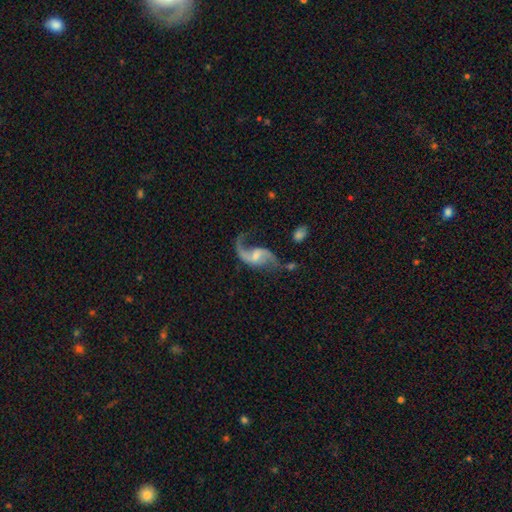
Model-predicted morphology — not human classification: Smooth or featured?
  - featured or disk: 89% *
  - smooth: 6%
  - star or artifact: 5%
Edge-on disk?
  - no: 97% *
  - yes: 3%
Bar?
  - weak: 52% *
  - no: 32%
  - strong: 16%
Spiral arms?
  - yes: 96% *
  - no: 4%
Spiral winding?
  - loose: 81% *
  - medium: 16%
  - tight: 3%
Spiral arm count?
  - 2: 87% *
  - 1: 8%
  - can't tell: 2%
  - 3: 1%
  - 4: 1%
  - more than 4: 1%
Bulge size?
  - small: 44% *
  - moderate: 34%
  - none: 17%
  - large: 4%
  - dominant: 1%
Merging?
  - none: 58% *
  - major disturbance: 18%
  - minor disturbance: 18%
  - merger: 6%